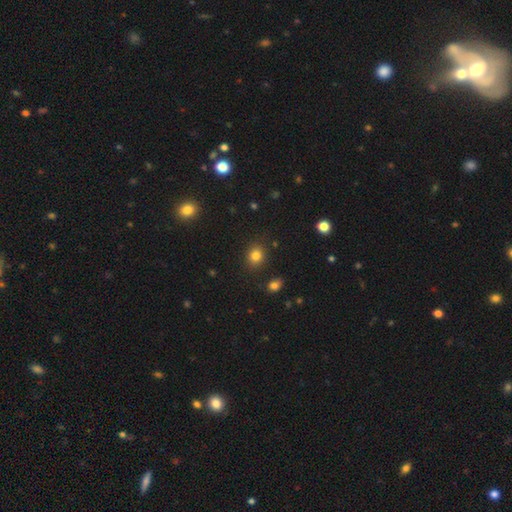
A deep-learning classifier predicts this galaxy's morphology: smooth_or_featured: smooth (p=0.82) [alt: star or artifact p=0.12]
how_rounded: round (p=0.67) [alt: in between p=0.32]
merging: none (p=0.86) [alt: minor disturbance p=0.09]